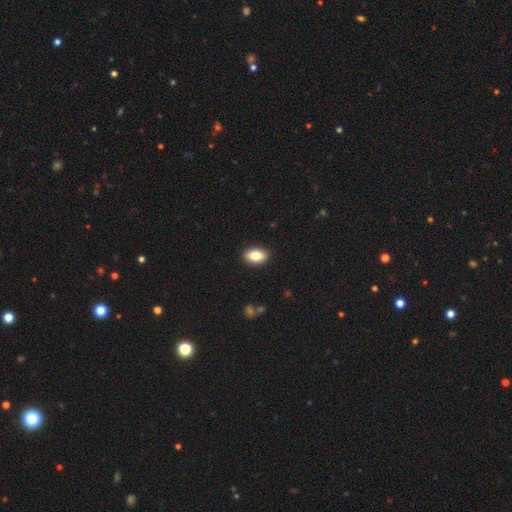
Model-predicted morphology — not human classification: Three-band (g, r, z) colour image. It shows a smooth galaxy with no disk features (81%) that is in between round and cigar-shaped (87%). Merging: none (90%).